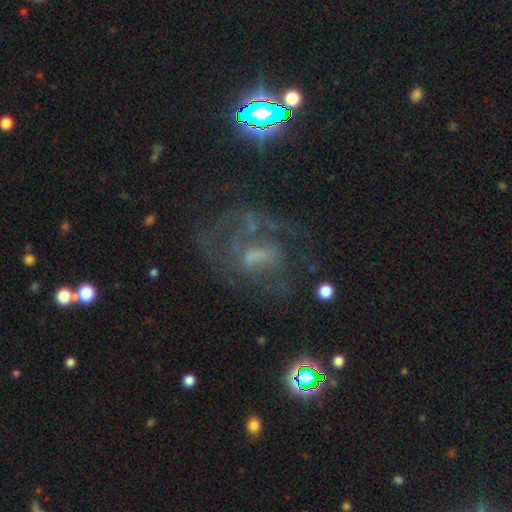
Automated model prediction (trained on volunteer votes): Smooth or featured? featured or disk (66%)
Edge-on disk? no (97%)
Bar? no (48%)
Spiral arms? yes (66%)
Bulge size? none (35%)
Merging? none (49%)